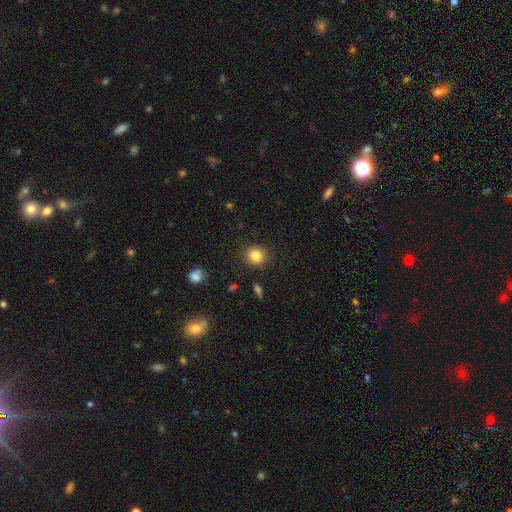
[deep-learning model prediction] Smooth or featured? smooth (85%)
How rounded? round (86%)
Merging? none (89%)